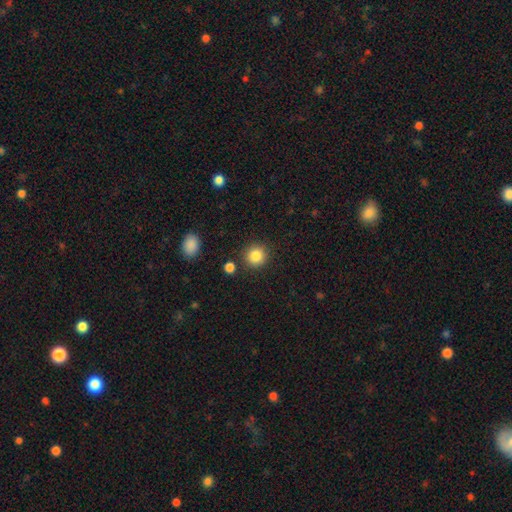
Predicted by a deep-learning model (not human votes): Morphology: type=smooth (85%); roundness=round (91%); merging=none (87%).